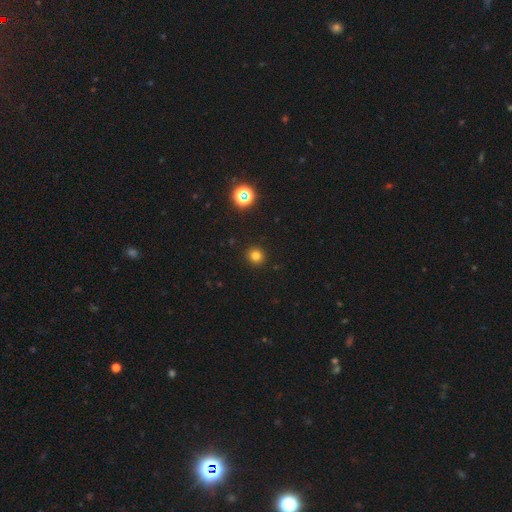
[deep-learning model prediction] smooth-or-featured: smooth: 79% | star or artifact: 16% | featured or disk: 5%
  how-rounded: round: 91% | in between: 8% | cigar-shaped: 1%
  merging: none: 92% | minor disturbance: 5% | major disturbance: 2% | merger: 1%